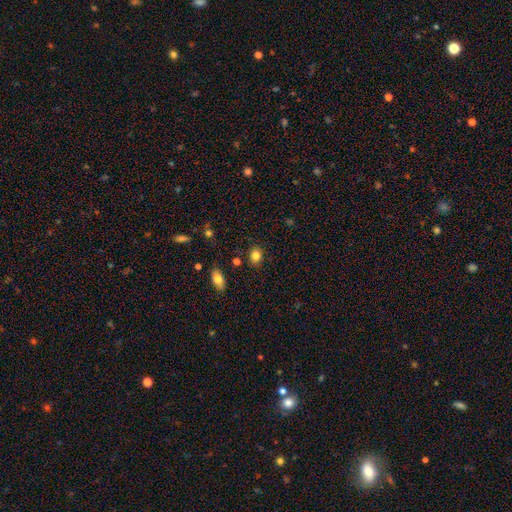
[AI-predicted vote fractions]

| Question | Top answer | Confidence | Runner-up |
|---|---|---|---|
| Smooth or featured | smooth | 83% | star or artifact (11%) |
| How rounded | round | 54% | in between (45%) |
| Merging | none | 85% | minor disturbance (10%) |